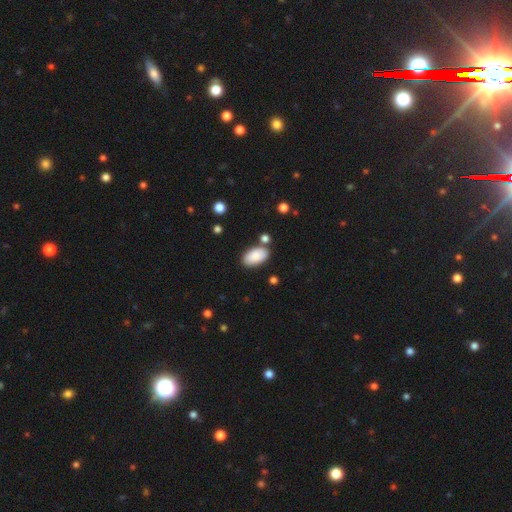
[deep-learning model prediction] smooth_or_featured: smooth (p=0.87) [alt: star or artifact p=0.07]
how_rounded: in between (p=0.95) [alt: round p=0.03]
merging: none (p=0.76) [alt: minor disturbance p=0.13]